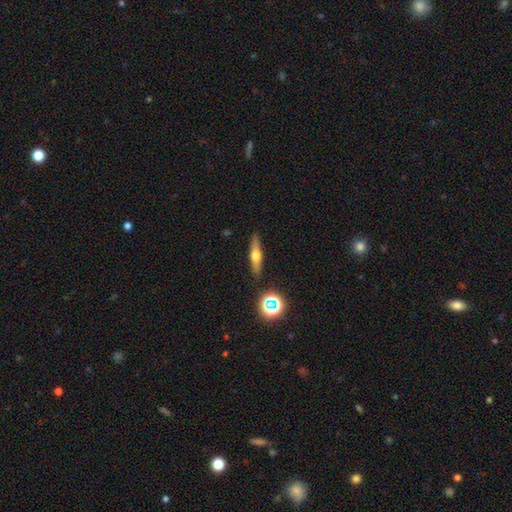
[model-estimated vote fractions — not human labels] Morphology: type=featured or disk (53%); edge-on=yes (93%); merging=none (88%).